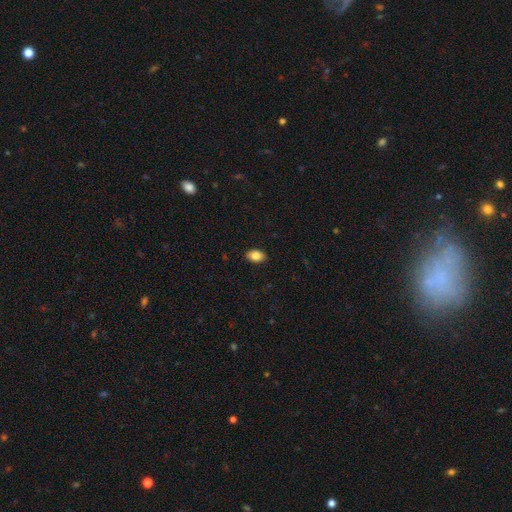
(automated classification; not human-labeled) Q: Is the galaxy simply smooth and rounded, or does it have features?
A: smooth — 84%.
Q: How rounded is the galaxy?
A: in between — 88%.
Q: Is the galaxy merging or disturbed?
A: none — 90%.